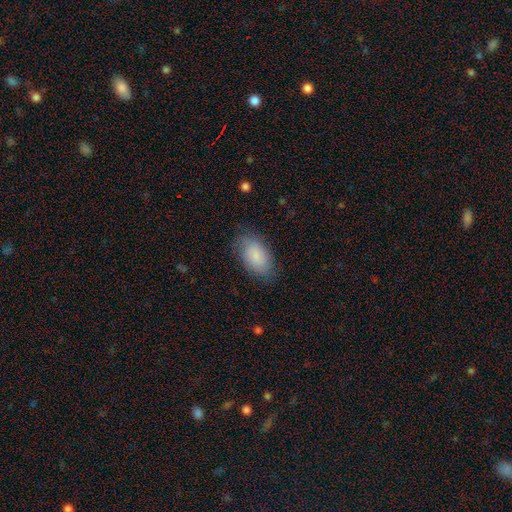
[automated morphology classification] type=smooth (82%); roundness=in between (93%); merging=none (76%).